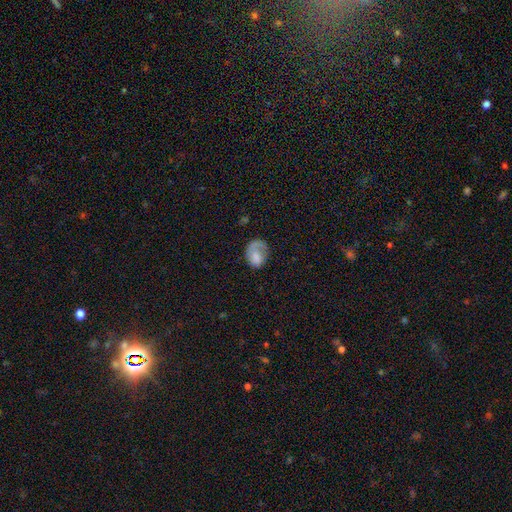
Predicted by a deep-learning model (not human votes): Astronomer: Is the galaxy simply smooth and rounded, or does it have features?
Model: smooth — 59%.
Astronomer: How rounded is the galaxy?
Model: in between — 65%.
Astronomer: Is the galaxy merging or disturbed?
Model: none — 40% (runner-up: major disturbance, 33%).